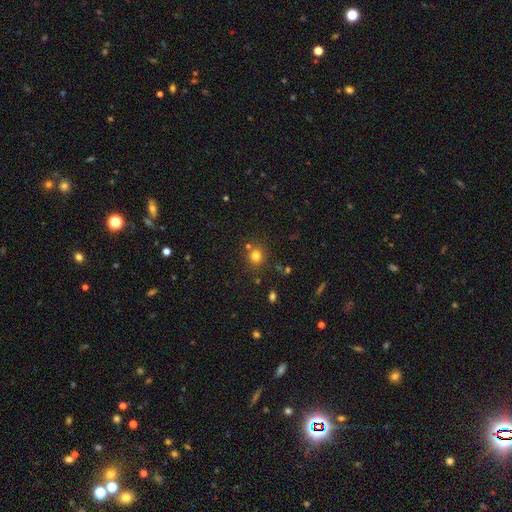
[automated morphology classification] The model was most divided on "smooth or featured": smooth: 77%, star or artifact: 16%, featured or disk: 6%. More confident: how rounded — round (89%); merging — none (78%).